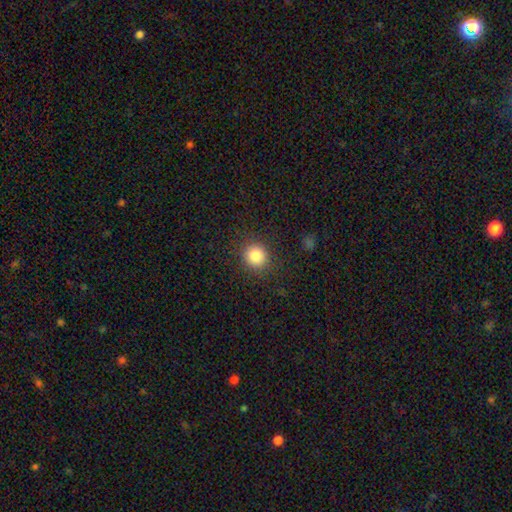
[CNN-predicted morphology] This is clearly a smooth galaxy (84%). How rounded: clearly round (89%). Merging: clearly none (88%).